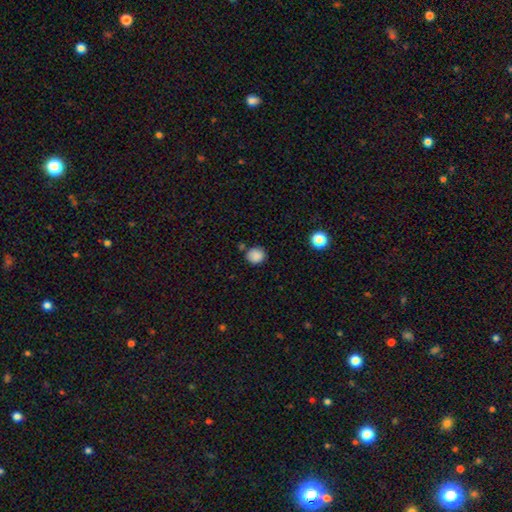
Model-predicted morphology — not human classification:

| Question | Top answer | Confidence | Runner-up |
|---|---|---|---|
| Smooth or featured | smooth | 86% | star or artifact (10%) |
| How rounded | round | 81% | in between (18%) |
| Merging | none | 77% | minor disturbance (13%) |